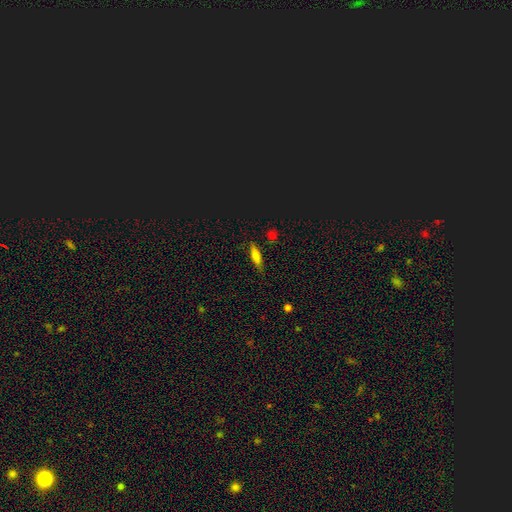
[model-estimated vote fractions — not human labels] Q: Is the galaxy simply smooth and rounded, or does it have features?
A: smooth — 65%.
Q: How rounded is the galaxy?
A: cigar-shaped — 65%.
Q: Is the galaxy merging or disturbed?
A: none — 80%.